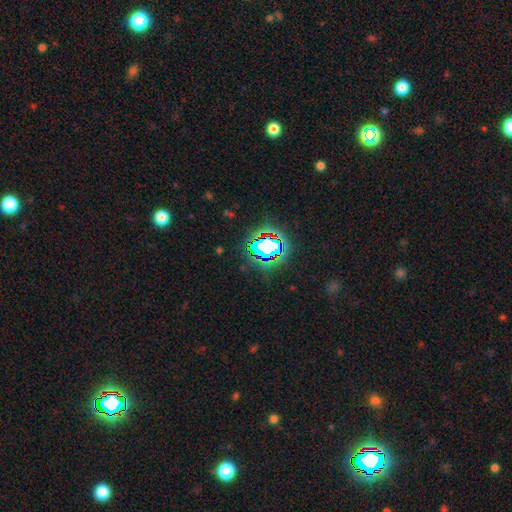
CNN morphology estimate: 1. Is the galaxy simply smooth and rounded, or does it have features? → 79% star or artifact, 13% smooth, 7% featured or disk.